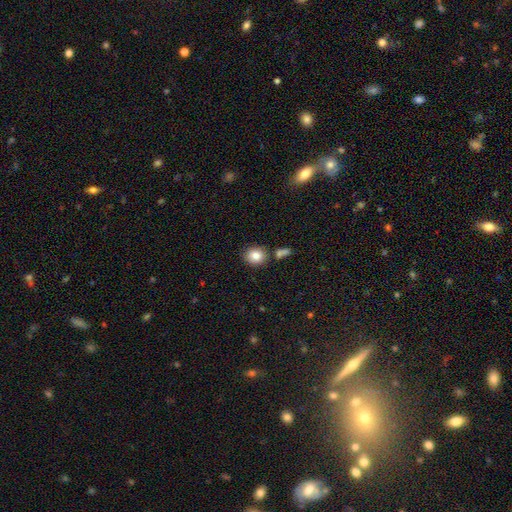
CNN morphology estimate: smooth_or_featured: smooth (p=0.82) [alt: star or artifact p=0.10]
how_rounded: round (p=0.73) [alt: in between p=0.26]
merging: none (p=0.79) [alt: minor disturbance p=0.10]